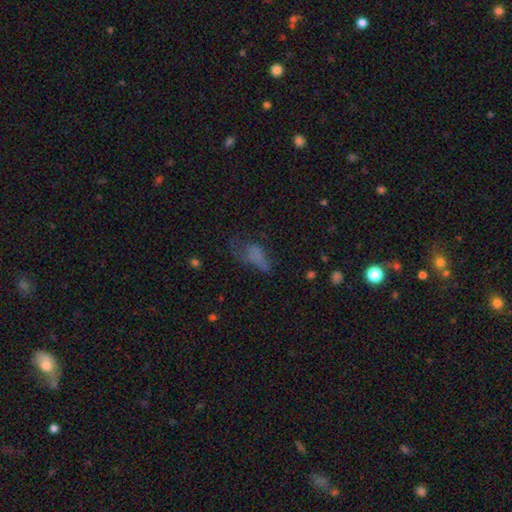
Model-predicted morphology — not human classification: smooth 57%, featured or disk 24%, star or artifact 19%. Down the decision tree: how rounded — in between (78%); merging — major disturbance (44%).